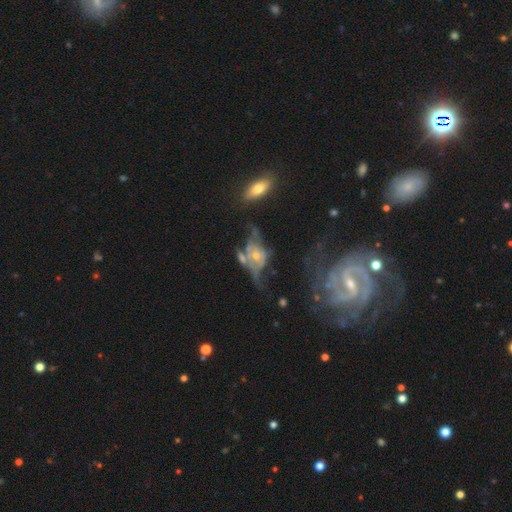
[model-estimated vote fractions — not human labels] smooth-or-featured: featured or disk: 67% | smooth: 23% | star or artifact: 10%
  disk-edge-on: no: 89% | yes: 11%
    bar: no: 79% | weak: 16% | strong: 5%
    has-spiral-arms: no: 51% | yes: 49%
    bulge-size: small: 48% | moderate: 41% | none: 5% | large: 4% | dominant: 2%
  merging: merger: 34% | major disturbance: 31% | none: 19% | minor disturbance: 16%